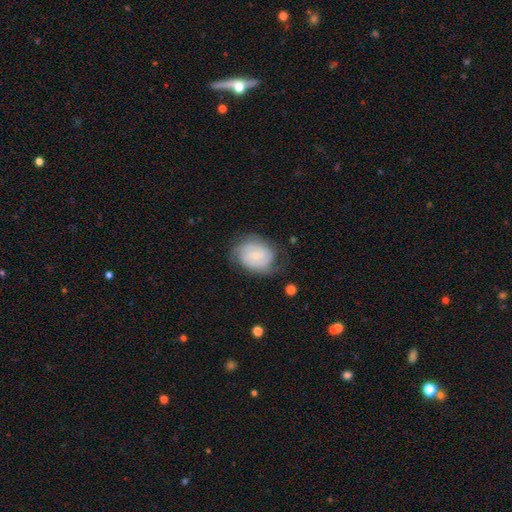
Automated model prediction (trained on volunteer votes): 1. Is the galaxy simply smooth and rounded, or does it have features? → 67% featured or disk, 26% smooth, 7% star or artifact.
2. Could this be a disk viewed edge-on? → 98% no, 2% yes.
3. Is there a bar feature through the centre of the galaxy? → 56% no, 37% weak, 7% strong.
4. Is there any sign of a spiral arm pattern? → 92% yes, 8% no.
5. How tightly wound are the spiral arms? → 57% tight, 34% medium, 9% loose.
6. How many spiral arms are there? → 48% 2, 26% can't tell, 15% 3, 4% 1, 4% 4, 3% more than 4.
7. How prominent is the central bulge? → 67% small, 16% moderate, 14% none, 2% large, 1% dominant.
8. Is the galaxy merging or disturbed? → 66% none, 23% minor disturbance, 10% major disturbance, 1% merger.